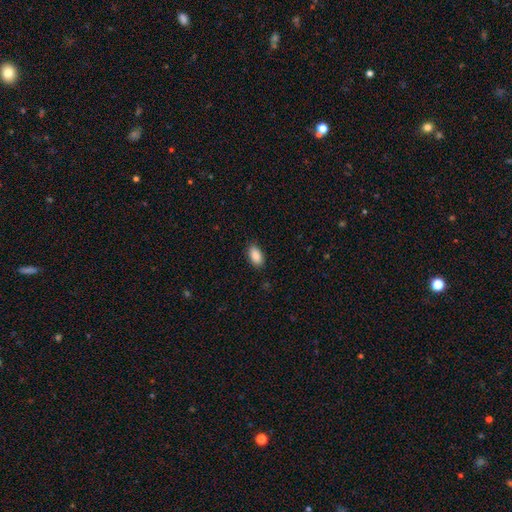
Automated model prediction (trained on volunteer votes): Smooth or featured? Predicted: smooth (p=0.89). How rounded? Predicted: in between (p=0.93). Merging? Predicted: none (p=0.87).